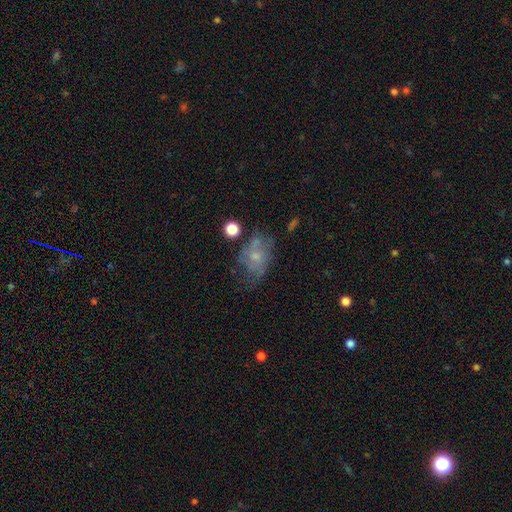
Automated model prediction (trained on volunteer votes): Smooth or featured? featured or disk (44%)
Merging? none (41%)